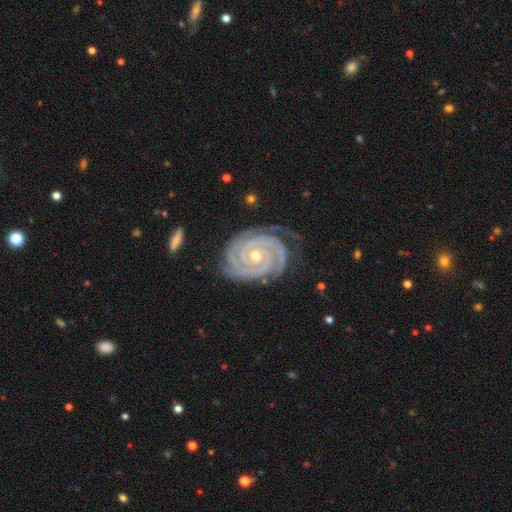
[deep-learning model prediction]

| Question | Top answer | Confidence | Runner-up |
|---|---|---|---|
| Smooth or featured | featured or disk | 93% | star or artifact (4%) |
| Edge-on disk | no | 98% | yes (2%) |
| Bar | no | 69% | weak (18%) |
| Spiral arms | yes | 99% | no (1%) |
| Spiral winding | tight | 89% | medium (10%) |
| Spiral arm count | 3 | 32% | 2 (31%) |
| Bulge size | small | 53% | moderate (45%) |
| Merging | none | 75% | minor disturbance (18%) |